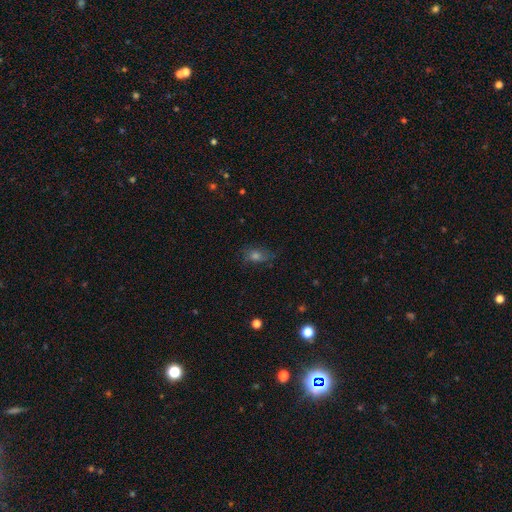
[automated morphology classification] smooth_or_featured: smooth (p=0.52) [alt: star or artifact p=0.27]
how_rounded: in between (p=0.69) [alt: round p=0.27]
merging: none (p=0.71) [alt: minor disturbance p=0.19]